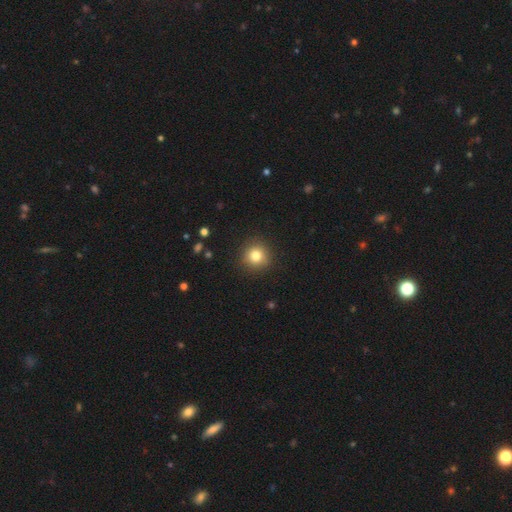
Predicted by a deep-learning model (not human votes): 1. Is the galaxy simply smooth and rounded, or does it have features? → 81% smooth, 12% star or artifact, 7% featured or disk.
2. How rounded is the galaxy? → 94% round, 5% in between, 1% cigar-shaped.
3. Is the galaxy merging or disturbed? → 91% none, 6% minor disturbance, 2% major disturbance, 1% merger.